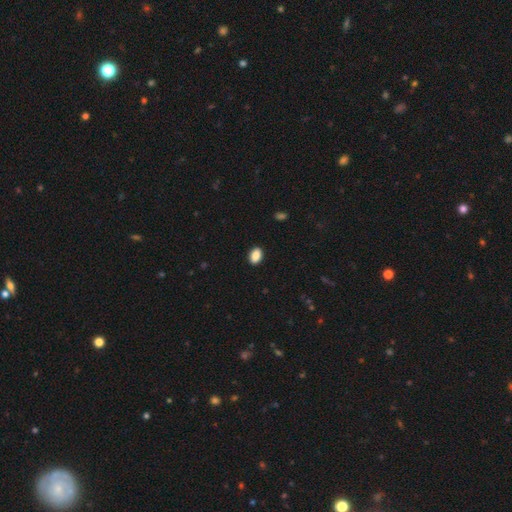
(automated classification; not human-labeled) Morphology: type=smooth (89%); roundness=in between (86%); merging=none (90%).